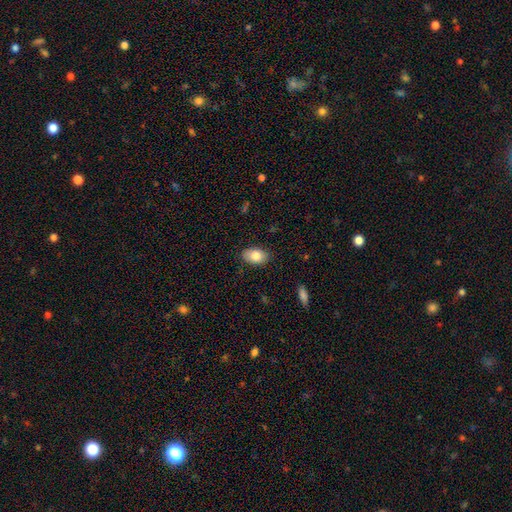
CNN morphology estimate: Smooth or featured?
  - smooth: 82% *
  - featured or disk: 11%
  - star or artifact: 7%
How rounded?
  - in between: 91% *
  - round: 8%
  - cigar-shaped: 1%
Merging?
  - none: 86% *
  - minor disturbance: 11%
  - major disturbance: 2%
  - merger: 1%